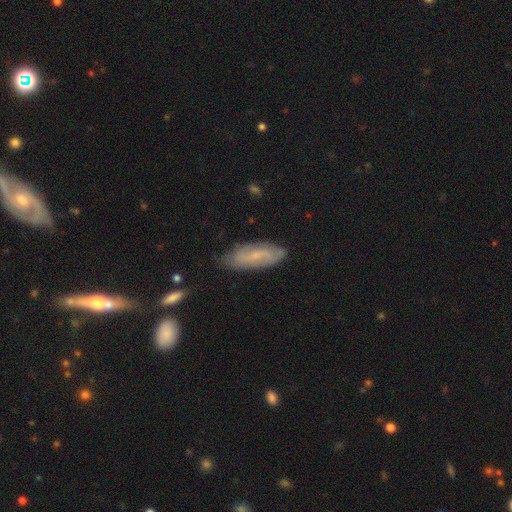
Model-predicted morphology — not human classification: A featured or disk galaxy (49%).

Vote fractions:
- Smooth or featured? featured or disk: 49% / smooth: 43% / star or artifact: 8%
- Merging? none: 74% / minor disturbance: 19% / major disturbance: 4% / merger: 2%